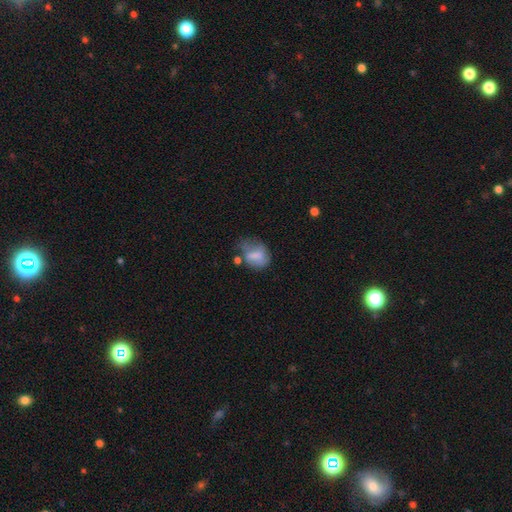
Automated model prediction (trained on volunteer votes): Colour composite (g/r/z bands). It shows a smooth galaxy with no disk features (67%) that is in between round and cigar-shaped (62%). Merging: minor disturbance (32%).